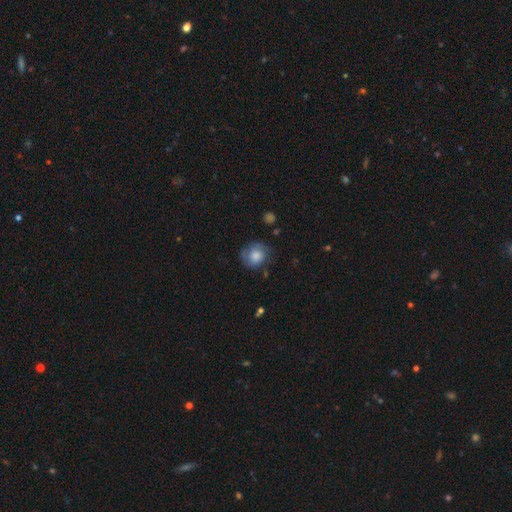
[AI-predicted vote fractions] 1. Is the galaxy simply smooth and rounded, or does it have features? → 67% smooth, 25% featured or disk, 8% star or artifact.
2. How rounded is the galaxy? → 79% round, 20% in between, 1% cigar-shaped.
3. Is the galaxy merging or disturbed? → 66% none, 23% minor disturbance, 9% major disturbance, 2% merger.